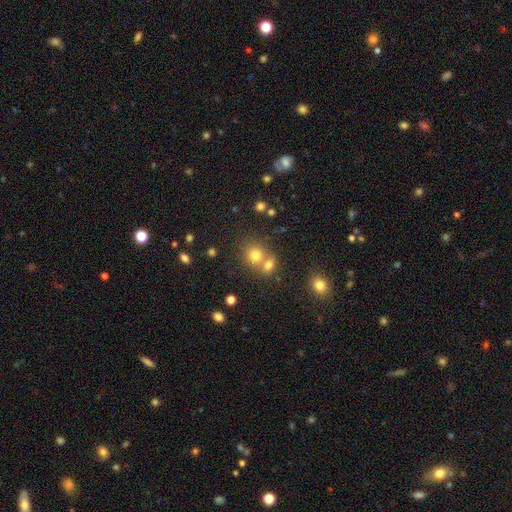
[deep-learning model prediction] A smooth galaxy with no disk features (74%) that is round (77%).

Vote fractions:
- Smooth or featured? smooth: 74% / star or artifact: 14% / featured or disk: 11%
- How rounded? round: 77% / in between: 22% / cigar-shaped: 1%
- Merging? merger: 46% / none: 44% / minor disturbance: 7% / major disturbance: 3%